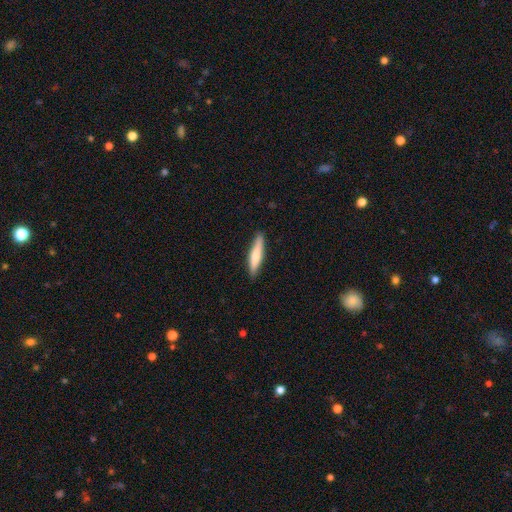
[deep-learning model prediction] Overall: smooth (70%). How rounded: cigar-shaped (85%). Merging: none (87%).